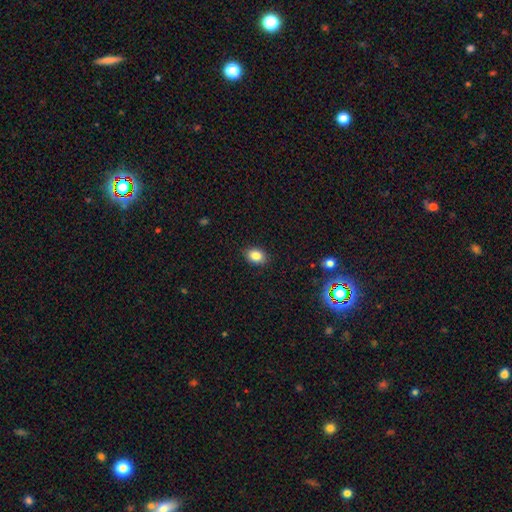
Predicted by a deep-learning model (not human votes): A smooth galaxy with no disk features (85%) that is in between round and cigar-shaped (68%). Merging: none (87%).